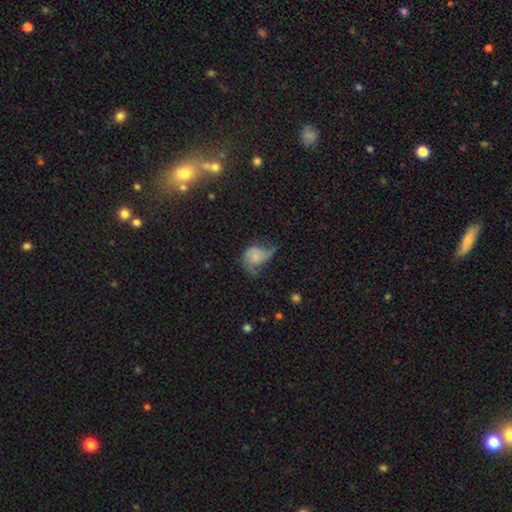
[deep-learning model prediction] A featured or disk galaxy (51%). Merging: major disturbance (38%).